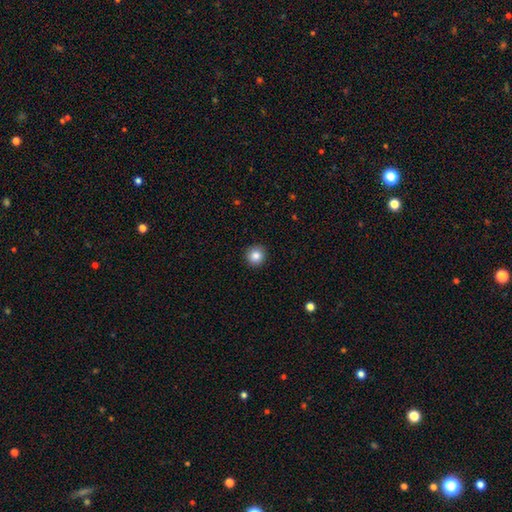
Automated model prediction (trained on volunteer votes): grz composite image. It shows a smooth galaxy with no disk features (85%) that is round (93%). Merging: none (92%).